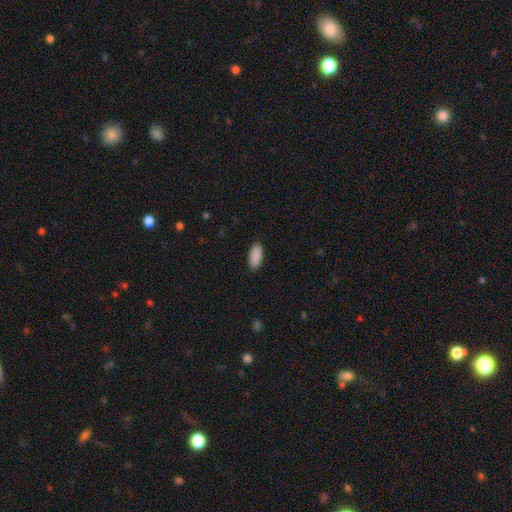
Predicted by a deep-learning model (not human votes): Morphology: type=smooth (91%); roundness=in between (86%); merging=none (89%).